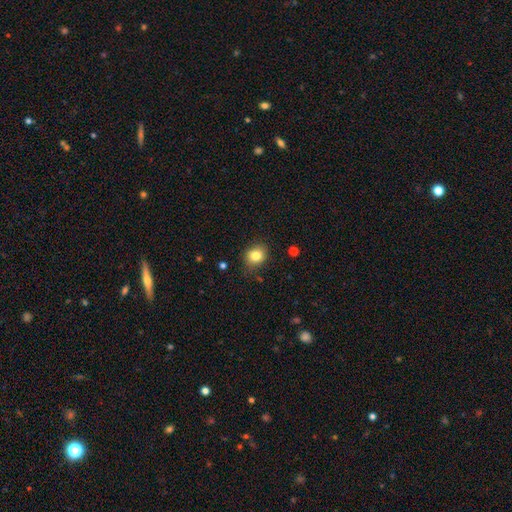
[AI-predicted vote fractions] Overall: smooth (82%). How rounded: round (62%; in between 37%). Merging: none (81%).